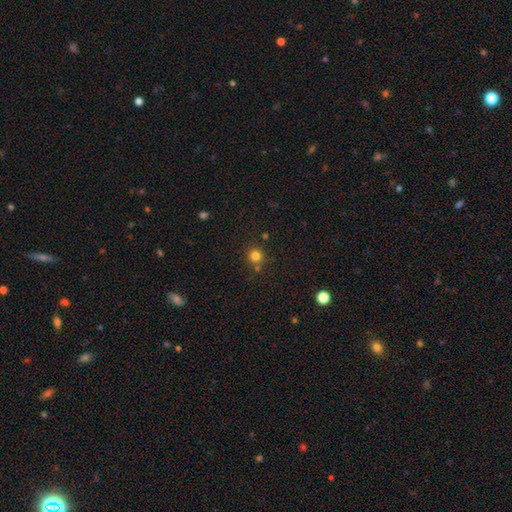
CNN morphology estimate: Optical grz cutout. It shows a smooth galaxy with no disk features (80%) that is round (92%). Merging: none (77%).